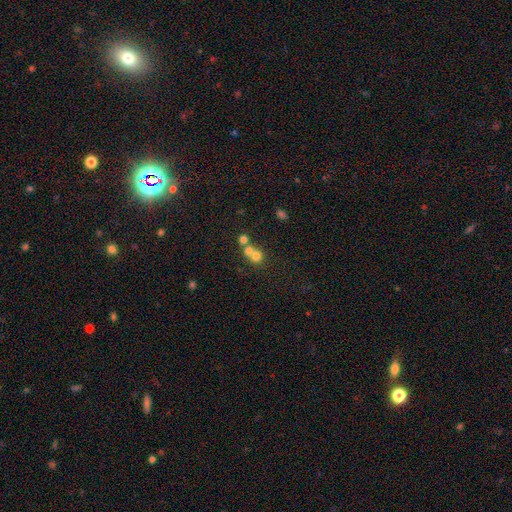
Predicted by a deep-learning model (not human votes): smooth-or-featured: smooth: 68% | featured or disk: 17% | star or artifact: 14%
  how-rounded: round: 82% | in between: 17% | cigar-shaped: 1%
  merging: merger: 57% | none: 34% | minor disturbance: 6% | major disturbance: 3%